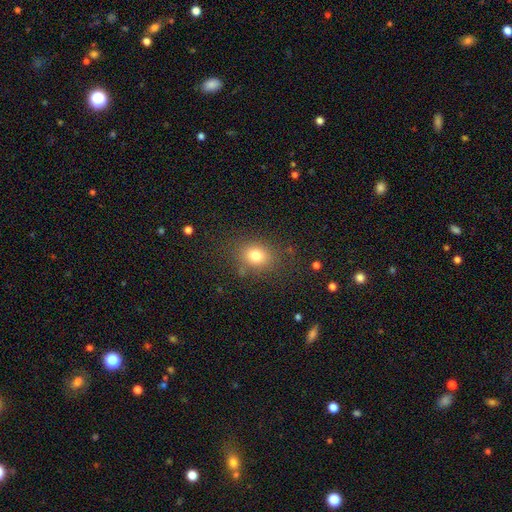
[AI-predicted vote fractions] Smooth or featured? Predicted: smooth (p=0.78). How rounded? Predicted: round (p=0.55). Merging? Predicted: none (p=0.80).